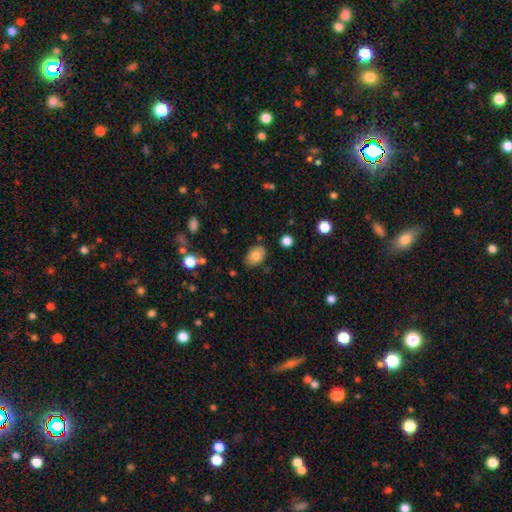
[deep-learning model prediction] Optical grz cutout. It shows a smooth galaxy with no disk features (81%) that is in between round and cigar-shaped (82%). Merging: none (82%).